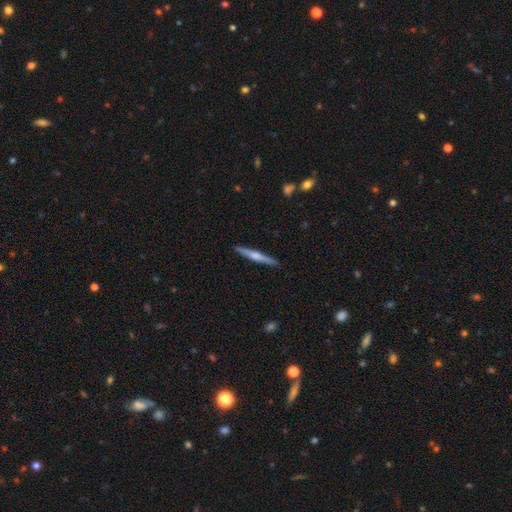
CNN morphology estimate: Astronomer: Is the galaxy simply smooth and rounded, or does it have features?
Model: featured or disk — 54% (runner-up: smooth, 41%).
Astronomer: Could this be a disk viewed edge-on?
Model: yes — 97%.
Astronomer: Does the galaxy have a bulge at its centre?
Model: rounded — 75%.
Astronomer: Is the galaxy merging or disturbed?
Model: none — 91%.